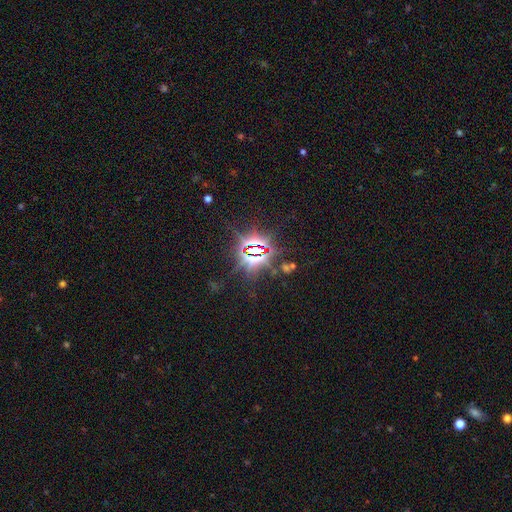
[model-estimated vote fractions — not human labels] Q: Smooth or featured?
A: star or artifact (84%); runner-up: featured or disk (8%)